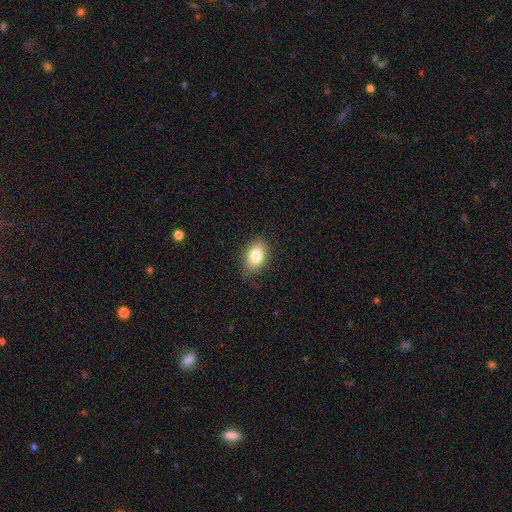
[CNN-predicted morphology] A smooth galaxy with no disk features (81%) that is in between round and cigar-shaped (81%). Merging: none (79%).